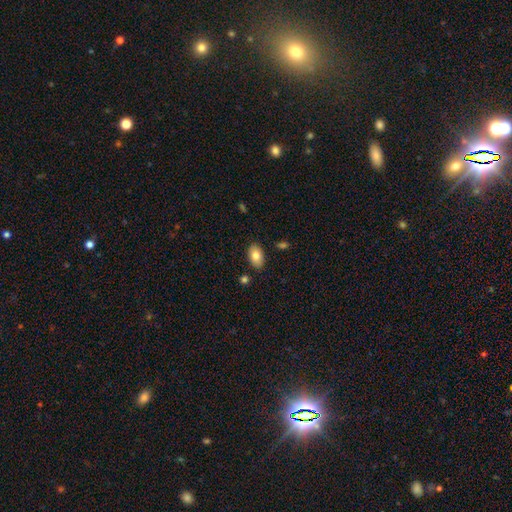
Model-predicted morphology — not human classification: Overall: smooth (81%). How rounded: in between (92%). Merging: none (85%).